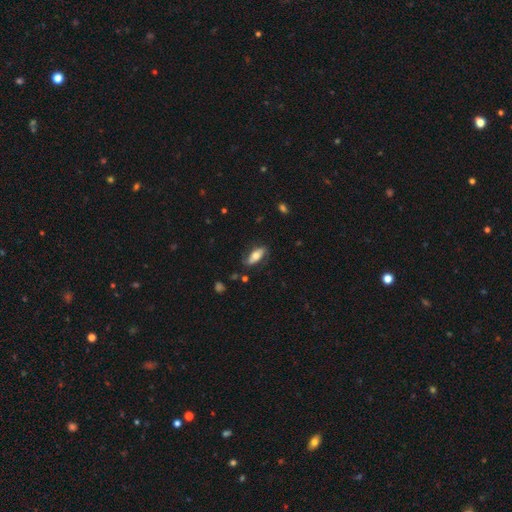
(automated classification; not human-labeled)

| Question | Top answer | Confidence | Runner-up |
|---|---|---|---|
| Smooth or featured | smooth | 54% | featured or disk (39%) |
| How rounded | in between | 77% | cigar-shaped (20%) |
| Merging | none | 72% | minor disturbance (19%) |